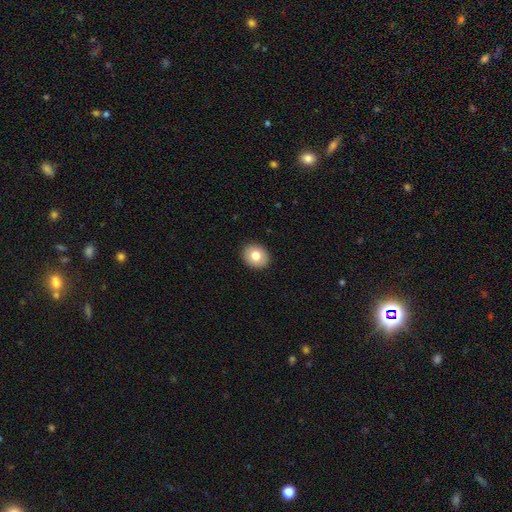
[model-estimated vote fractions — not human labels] smooth-or-featured: smooth: 78% | featured or disk: 14% | star or artifact: 8%
  how-rounded: round: 60% | in between: 39% | cigar-shaped: 1%
  merging: none: 91% | minor disturbance: 6% | major disturbance: 2% | merger: 1%